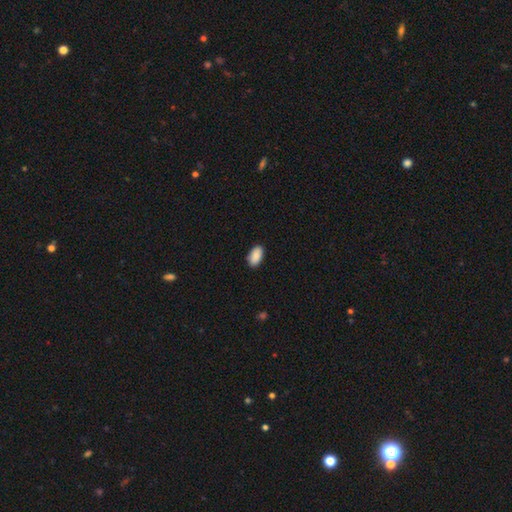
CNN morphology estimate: The model was most divided on "merging": none: 88%, minor disturbance: 9%, major disturbance: 2%, merger: 1%. More confident: how rounded — in between (94%); smooth or featured — smooth (90%).